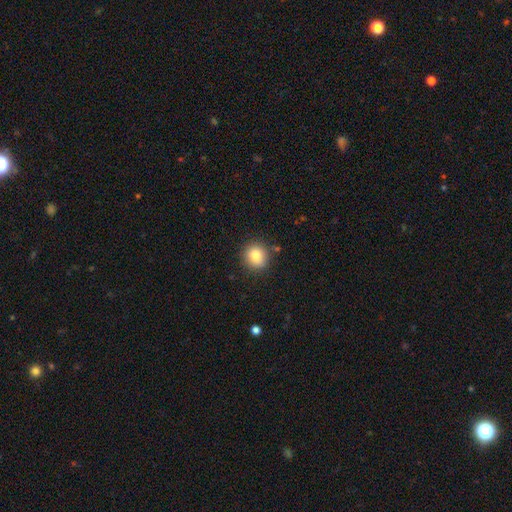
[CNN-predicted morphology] Smooth or featured? Predicted: smooth (p=0.81). How rounded? Predicted: round (p=0.89). Merging? Predicted: none (p=0.85).